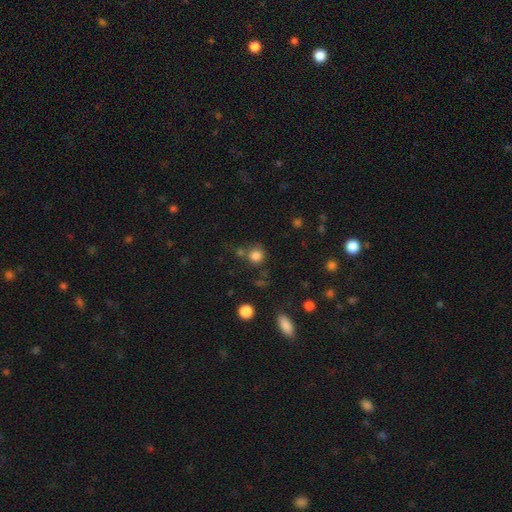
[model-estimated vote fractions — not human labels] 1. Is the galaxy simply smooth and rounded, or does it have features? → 81% smooth, 14% star or artifact, 6% featured or disk.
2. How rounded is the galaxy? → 91% round, 8% in between, 1% cigar-shaped.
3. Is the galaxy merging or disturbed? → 71% none, 14% merger, 11% minor disturbance, 5% major disturbance.